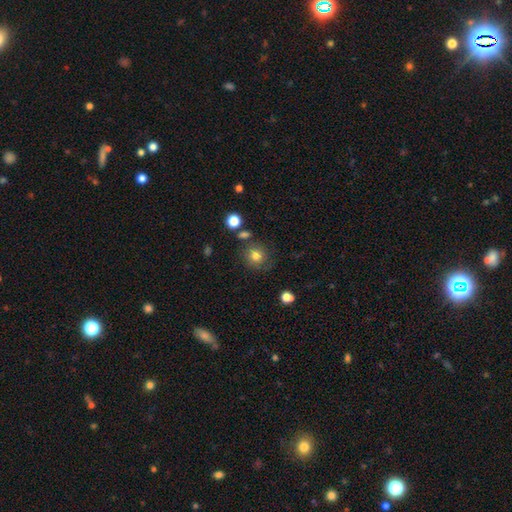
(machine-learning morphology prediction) This is likely a smooth galaxy (78%). How rounded: clearly round (89%). Merging: likely none (77%).